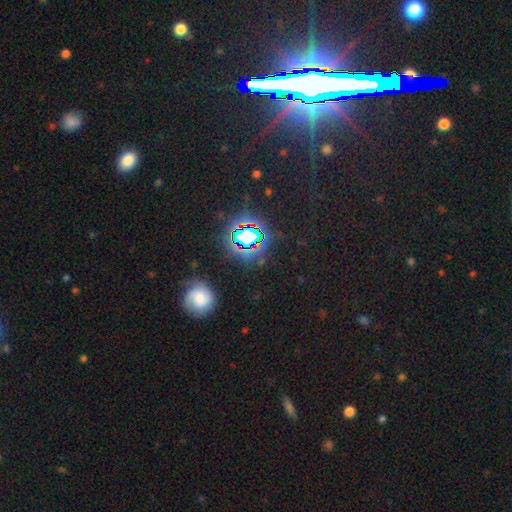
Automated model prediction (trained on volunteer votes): A star or artifact, not a galaxy (72%).